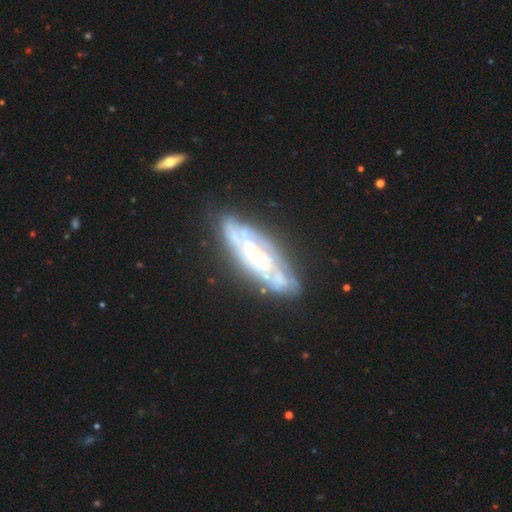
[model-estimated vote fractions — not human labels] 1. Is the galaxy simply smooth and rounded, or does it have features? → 79% featured or disk, 14% smooth, 6% star or artifact.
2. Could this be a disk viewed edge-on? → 78% no, 22% yes.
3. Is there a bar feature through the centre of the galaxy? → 63% no, 25% weak, 11% strong.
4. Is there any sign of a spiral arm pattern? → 83% yes, 17% no.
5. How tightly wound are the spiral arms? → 70% tight, 23% medium, 6% loose.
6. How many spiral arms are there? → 60% can't tell, 17% 2, 9% 3, 6% 4, 4% more than 4, 4% 1.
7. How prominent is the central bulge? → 63% small, 29% moderate, 4% none, 3% large, 1% dominant.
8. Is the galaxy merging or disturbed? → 73% none, 17% minor disturbance, 6% major disturbance, 4% merger.